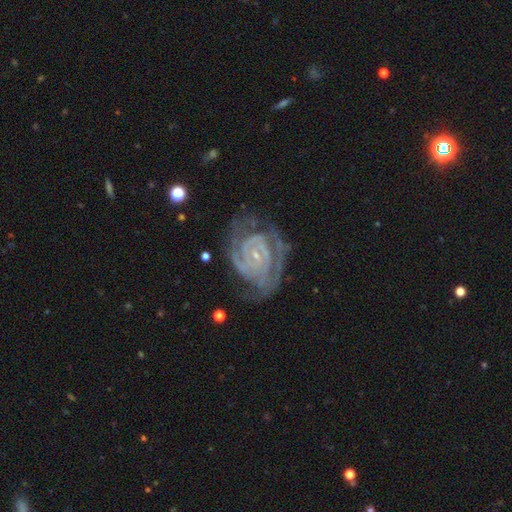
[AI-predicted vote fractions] Smooth or featured? Predicted: featured or disk (p=0.90). Edge-on disk? Predicted: no (p=0.98). Bar? Predicted: no (p=0.56). Spiral arms? Predicted: yes (p=0.98). Spiral winding? Predicted: tight (p=0.73). Spiral arm count? Predicted: 2 (p=0.45). Bulge size? Predicted: small (p=0.84). Merging? Predicted: none (p=0.64).